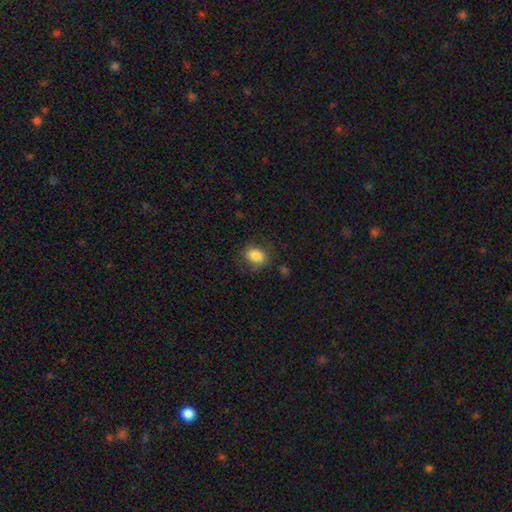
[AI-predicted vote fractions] Overall: smooth (84%). How rounded: in between (64%; round 35%). Merging: none (76%).